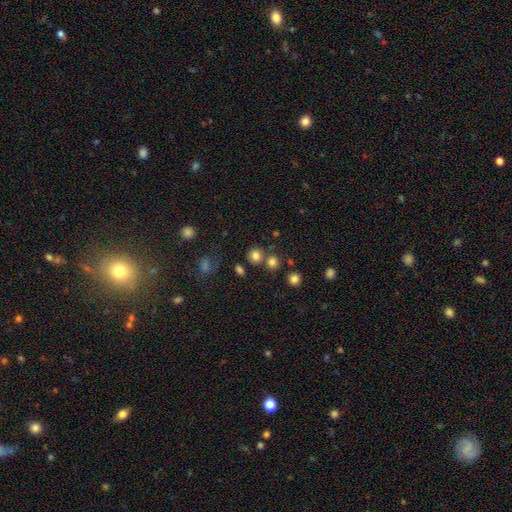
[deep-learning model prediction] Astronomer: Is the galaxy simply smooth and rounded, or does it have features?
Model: smooth — 79%.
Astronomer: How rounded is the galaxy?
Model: round — 85%.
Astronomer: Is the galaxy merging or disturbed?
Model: none — 70%.